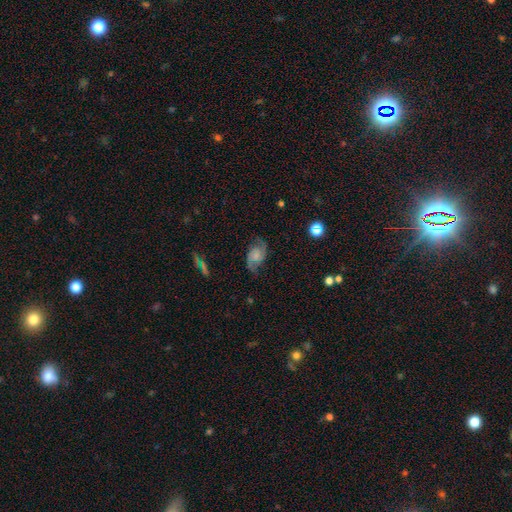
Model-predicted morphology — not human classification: featured or disk 69%, smooth 22%, star or artifact 9%. Down the decision tree: edge-on disk — no (96%); bar — no (64%); spiral arms — yes (93%); spiral arm count — 2 (90%); spiral winding — medium (46%); bulge size — none (38%); merging — none (70%).